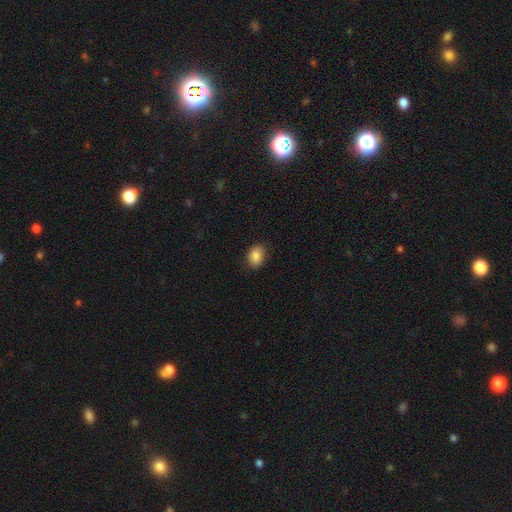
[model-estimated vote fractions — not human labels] Smooth or featured?
  - smooth: 86% *
  - star or artifact: 8%
  - featured or disk: 5%
How rounded?
  - in between: 71% *
  - round: 28%
  - cigar-shaped: 1%
Merging?
  - none: 83% *
  - minor disturbance: 13%
  - major disturbance: 3%
  - merger: 1%